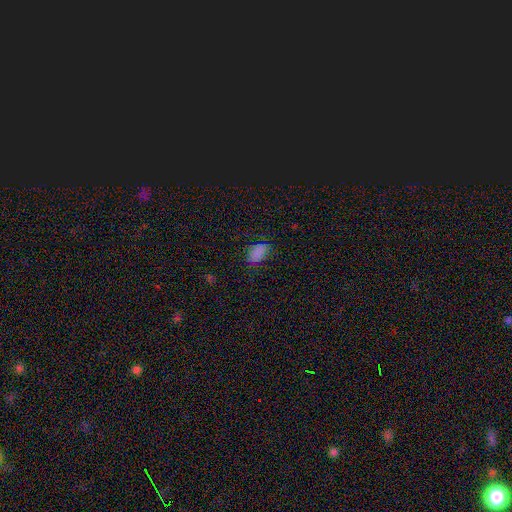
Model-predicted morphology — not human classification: Overall: smooth (77%). How rounded: in between (89%). Merging: none (73%).